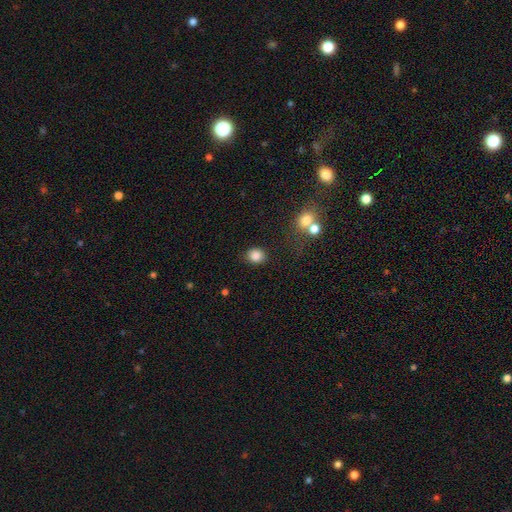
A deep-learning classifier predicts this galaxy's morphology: Smooth or featured: smooth — 85% (star or artifact — 10%)
How rounded: round — 74% (in between — 25%)
Merging: none — 82% (minor disturbance — 10%)